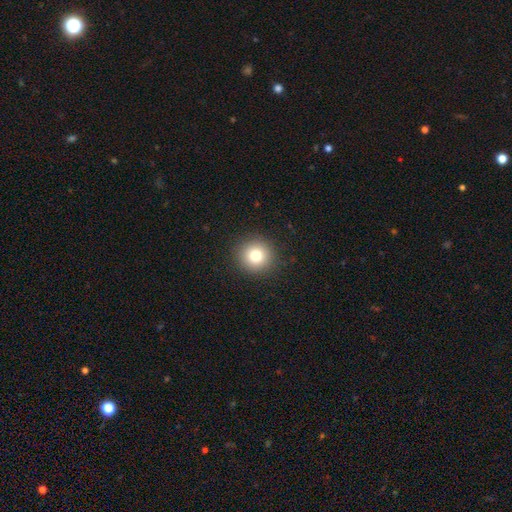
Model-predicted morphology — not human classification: Smooth or featured: smooth — 80% (star or artifact — 12%)
How rounded: round — 94% (in between — 5%)
Merging: none — 91% (minor disturbance — 6%)